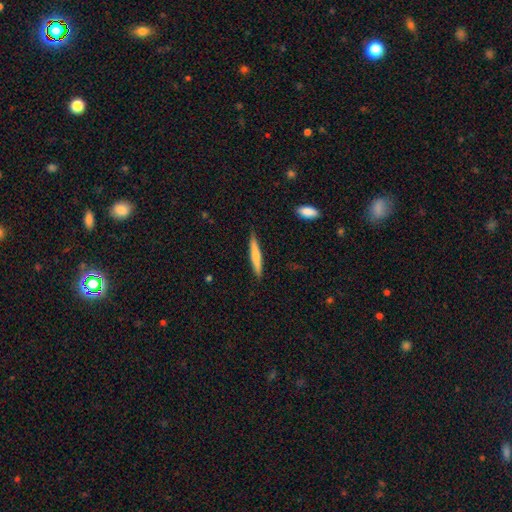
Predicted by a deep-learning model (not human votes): Q: Smooth or featured?
A: smooth (68%); runner-up: featured or disk (27%)
Q: How rounded?
A: cigar-shaped (94%); runner-up: in between (5%)
Q: Merging?
A: none (87%); runner-up: minor disturbance (10%)